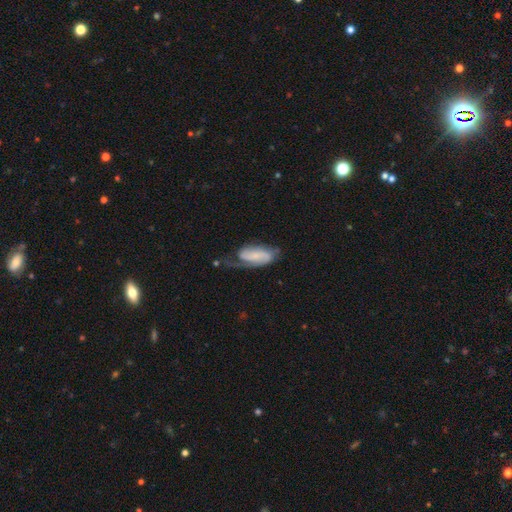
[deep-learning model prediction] Overall: featured or disk (61%; smooth 32%). Edge-on disk: no (94%). Bar: no (45%; weak 35%). Spiral arms: yes (90%). Spiral arm count: 2 (55%; 1 31%). Spiral winding: medium (40%; tight 30%). Bulge size: small (40%; none 38%). Merging: none (39%; major disturbance 29%).